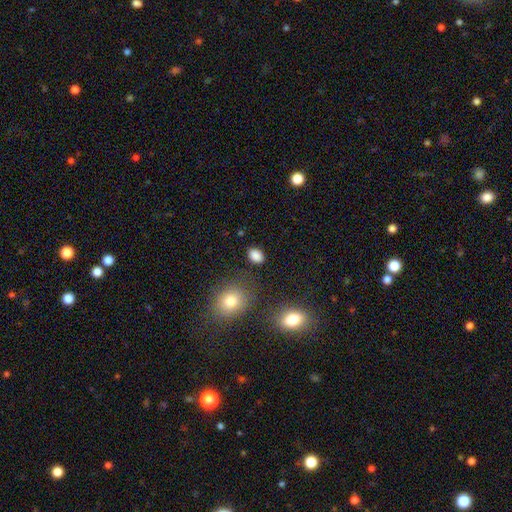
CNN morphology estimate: Smooth or featured? Predicted: smooth (p=0.85). How rounded? Predicted: in between (p=0.77). Merging? Predicted: none (p=0.83).